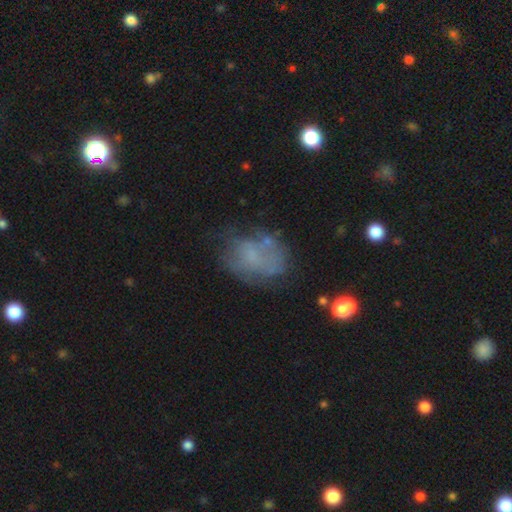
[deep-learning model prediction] The model was most divided on "smooth or featured": smooth: 49%, featured or disk: 36%, star or artifact: 15%. Remaining: merging — none (48%).